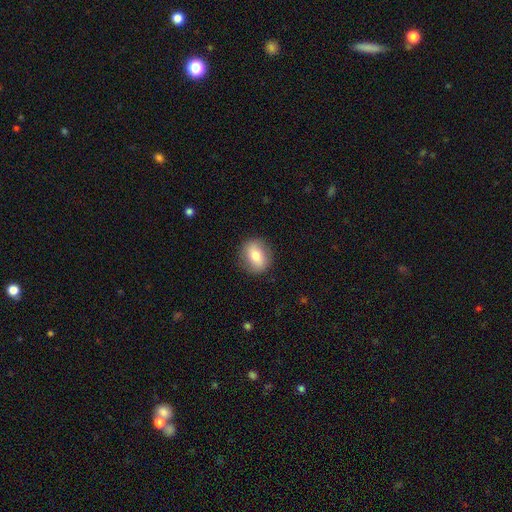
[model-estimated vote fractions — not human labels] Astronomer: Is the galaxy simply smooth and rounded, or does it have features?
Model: smooth — 72%.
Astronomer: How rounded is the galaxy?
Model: round — 54% (runner-up: in between, 44%).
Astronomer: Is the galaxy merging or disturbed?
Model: none — 86%.